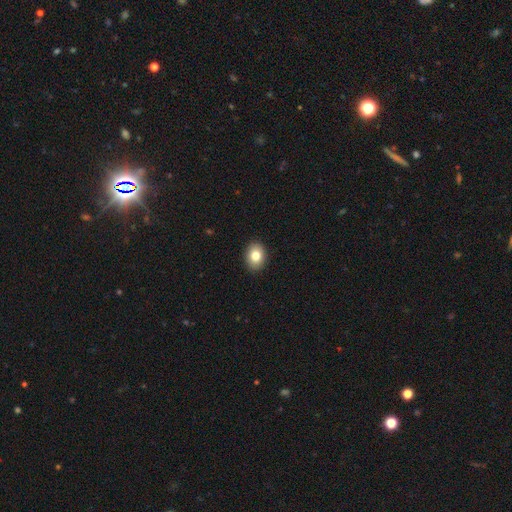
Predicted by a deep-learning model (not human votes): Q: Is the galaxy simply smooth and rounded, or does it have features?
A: smooth — 82%.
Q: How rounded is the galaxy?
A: in between — 69%.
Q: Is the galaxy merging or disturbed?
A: none — 91%.